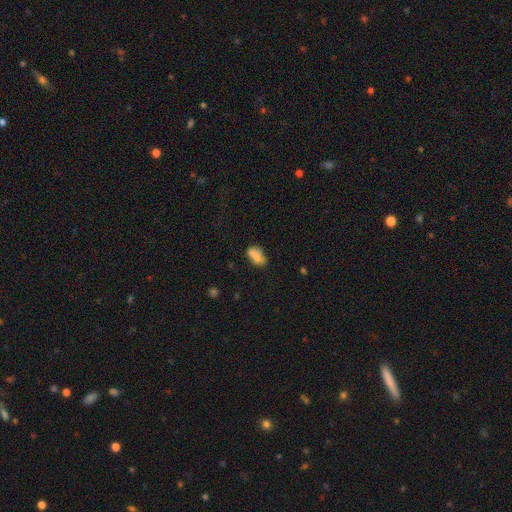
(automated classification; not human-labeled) smooth_or_featured: smooth (p=0.76) [alt: featured or disk p=0.15]
how_rounded: in between (p=0.87) [alt: round p=0.08]
merging: none (p=0.49) [alt: minor disturbance p=0.22]